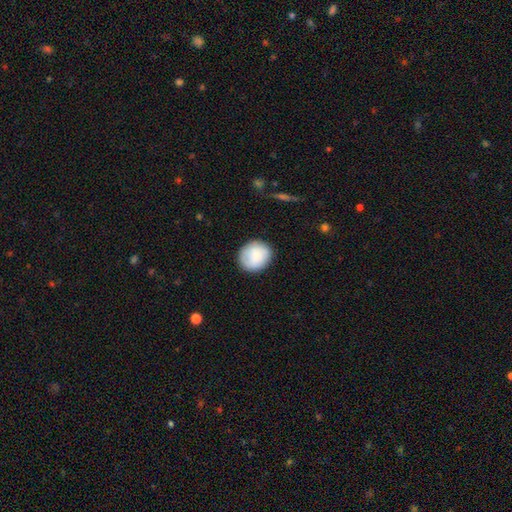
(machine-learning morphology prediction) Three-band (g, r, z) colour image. It shows a smooth galaxy with no disk features (85%) that is round (81%). Merging: none (86%).